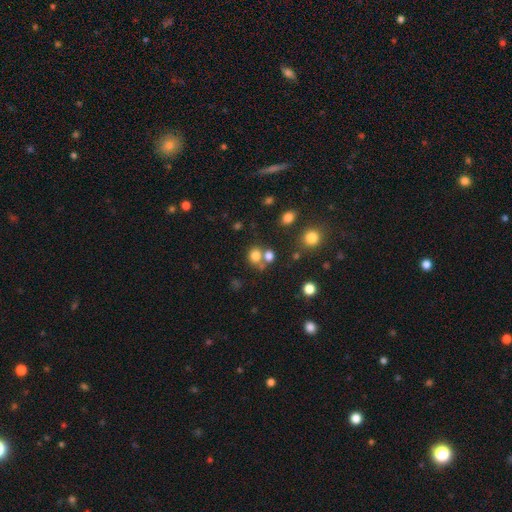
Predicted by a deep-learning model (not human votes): Smooth or featured: smooth — 77% (star or artifact — 15%)
How rounded: round — 71% (in between — 28%)
Merging: none — 55% (merger — 31%)